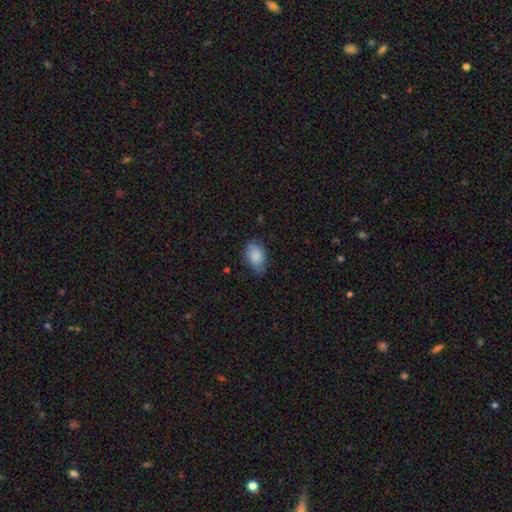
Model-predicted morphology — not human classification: A smooth galaxy with no disk features (87%) that is in between round and cigar-shaped (89%). Merging: none (69%).